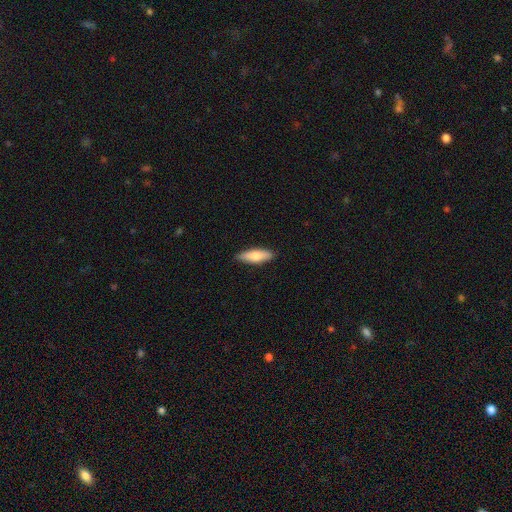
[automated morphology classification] The model was most divided on "how rounded": in between: 52%, cigar-shaped: 46%, round: 2%. More confident: merging — none (87%); smooth or featured — smooth (75%).